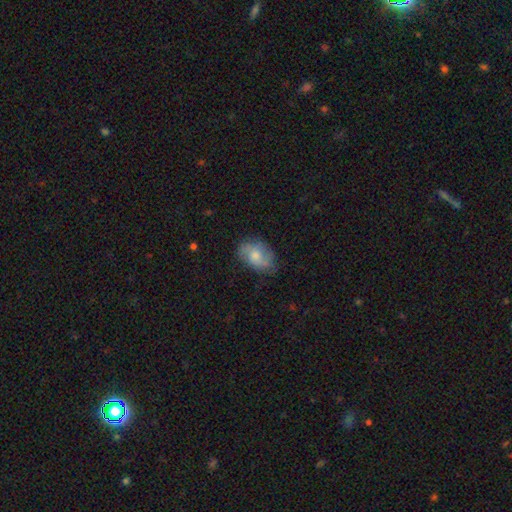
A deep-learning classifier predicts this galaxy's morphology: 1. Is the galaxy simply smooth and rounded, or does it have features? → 58% smooth, 35% featured or disk, 7% star or artifact.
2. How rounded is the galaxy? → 83% in between, 16% round, 1% cigar-shaped.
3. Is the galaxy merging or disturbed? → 65% none, 25% minor disturbance, 8% major disturbance, 2% merger.